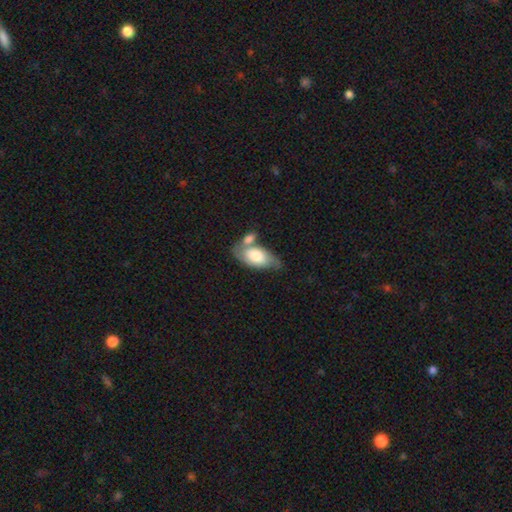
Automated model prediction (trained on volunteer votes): Smooth or featured: smooth — 68% (featured or disk — 26%)
How rounded: in between — 92% (round — 4%)
Merging: merger — 45% (none — 32%)